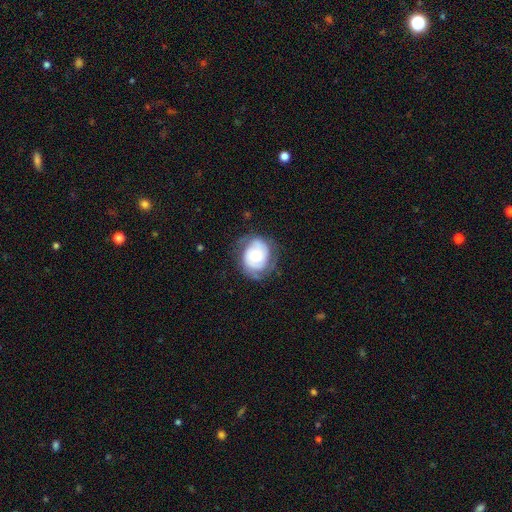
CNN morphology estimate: This is likely a featured or disk galaxy (62%). It is clearly not viewed edge-on (97%). Bar: likely no (76%). Spiral arm pattern: likely yes (77%). Central bulge: likely moderate (62%). Merging: likely none (64%).